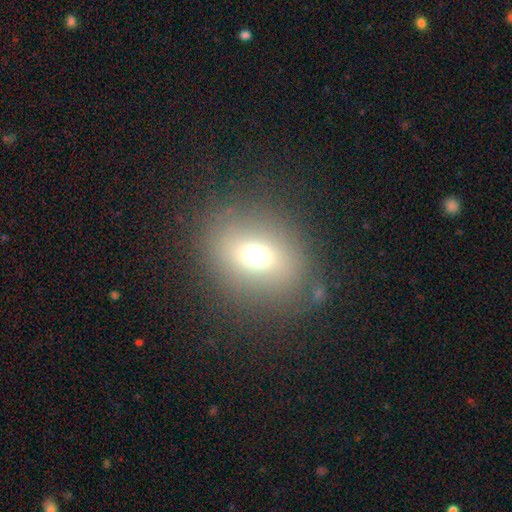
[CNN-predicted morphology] Smooth or featured: smooth — 66% (star or artifact — 19%)
How rounded: round — 54% (in between — 45%)
Merging: none — 79% (minor disturbance — 11%)